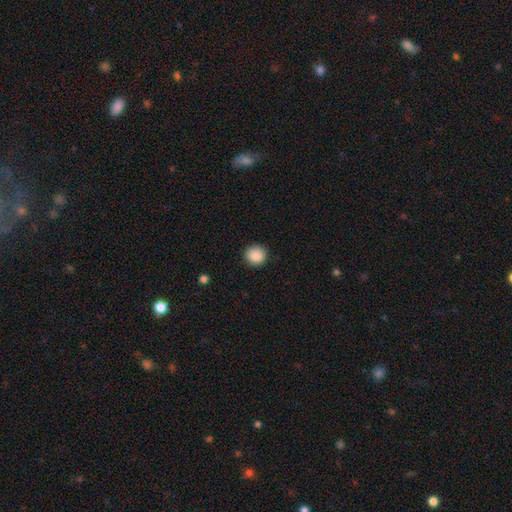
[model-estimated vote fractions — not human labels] Smooth or featured? smooth (89%)
How rounded? round (93%)
Merging? none (91%)